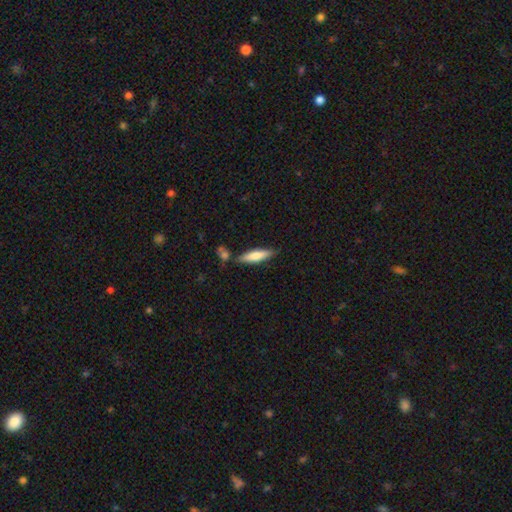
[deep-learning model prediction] Overall: smooth (70%). How rounded: cigar-shaped (72%). Merging: none (77%).